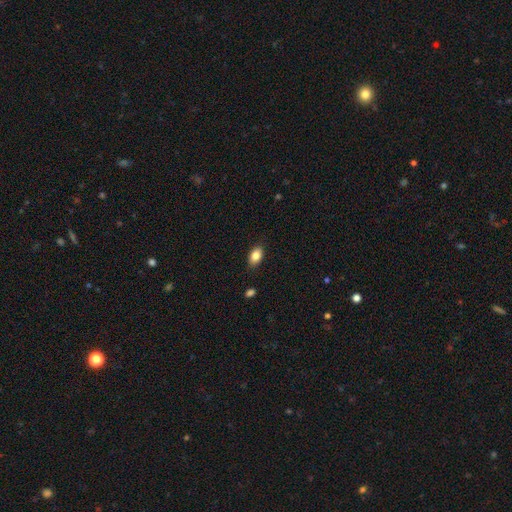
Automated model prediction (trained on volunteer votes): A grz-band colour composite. It shows a smooth galaxy with no disk features (84%) that is in between round and cigar-shaped (89%). Merging: none (86%).